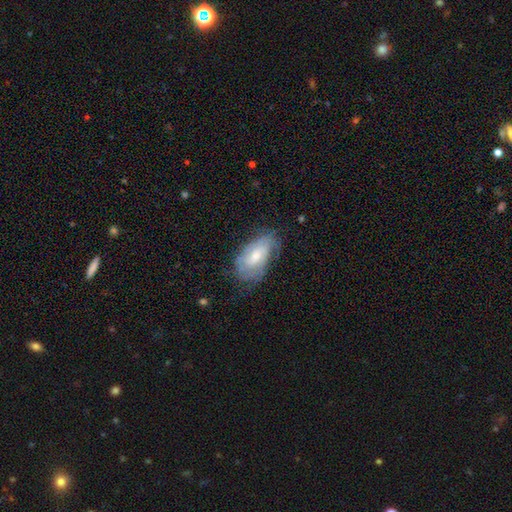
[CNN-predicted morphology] Smooth or featured: featured or disk — 57% (smooth — 37%)
Edge-on disk: no — 92% (yes — 8%)
Bar: no — 58% (weak — 35%)
Spiral arms: yes — 74% (no — 26%)
Bulge size: moderate — 57% (small — 32%)
Merging: none — 56% (minor disturbance — 30%)